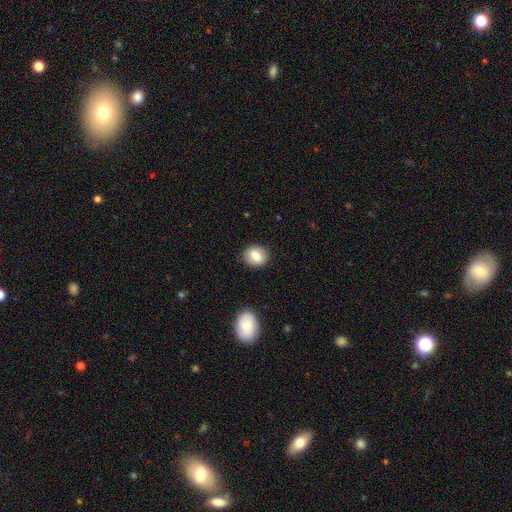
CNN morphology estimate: Smooth or featured? Predicted: smooth (p=0.78). How rounded? Predicted: round (p=0.55). Merging? Predicted: none (p=0.86).